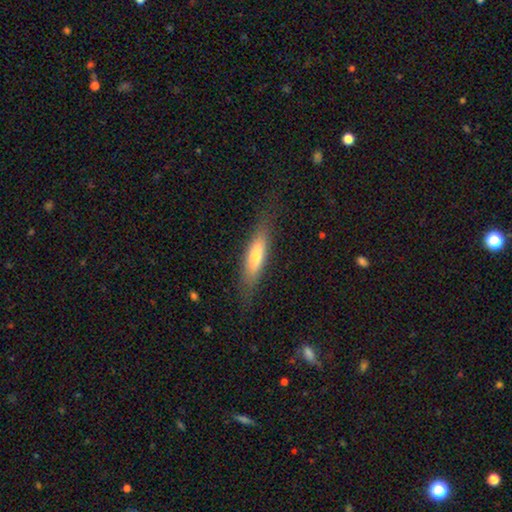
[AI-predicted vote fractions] Q: Smooth or featured?
A: smooth (62%); runner-up: featured or disk (32%)
Q: How rounded?
A: cigar-shaped (69%); runner-up: in between (29%)
Q: Merging?
A: none (79%); runner-up: minor disturbance (15%)